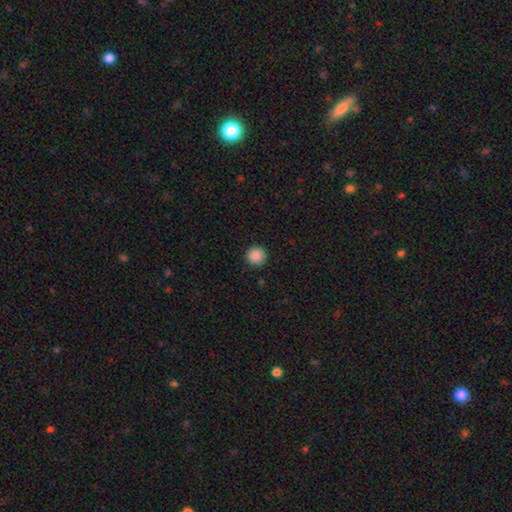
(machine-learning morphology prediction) This is clearly a smooth galaxy (88%). How rounded: clearly round (95%). Merging: clearly none (92%).